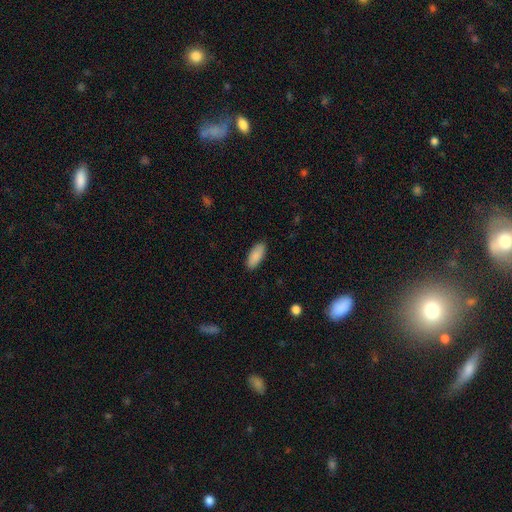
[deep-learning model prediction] smooth-or-featured: smooth: 89% | star or artifact: 6% | featured or disk: 6%
  how-rounded: in between: 84% | cigar-shaped: 14% | round: 2%
  merging: none: 89% | minor disturbance: 8% | major disturbance: 2% | merger: 1%